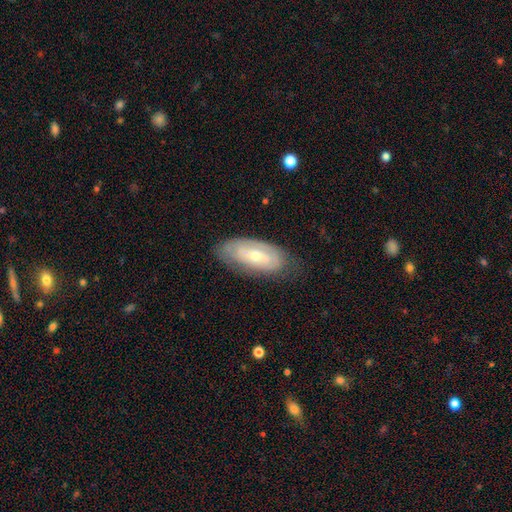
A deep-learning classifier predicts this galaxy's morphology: This appears to be a featured or disk galaxy (57%). Merging: none (72%).